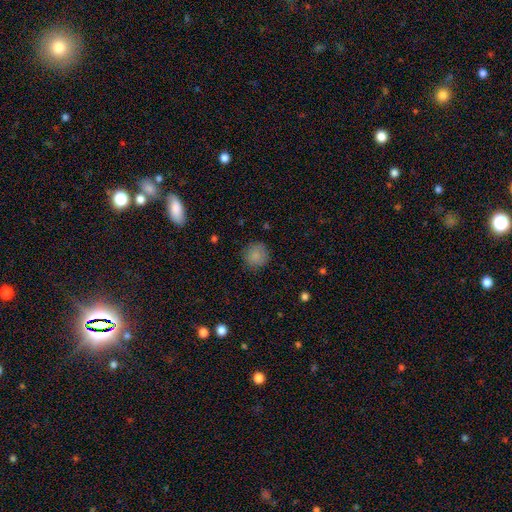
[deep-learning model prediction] Smooth or featured? Predicted: smooth (p=0.85). How rounded? Predicted: round (p=0.92). Merging? Predicted: none (p=0.85).